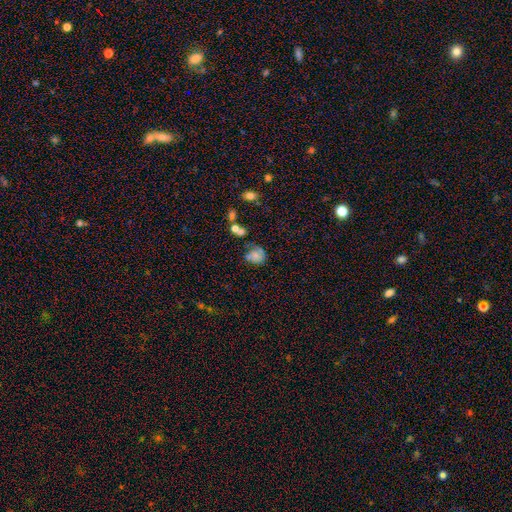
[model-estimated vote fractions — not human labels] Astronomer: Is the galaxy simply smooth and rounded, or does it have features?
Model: smooth — 59%.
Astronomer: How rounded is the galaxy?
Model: round — 65%.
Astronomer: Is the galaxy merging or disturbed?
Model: none — 44% (runner-up: minor disturbance, 26%).